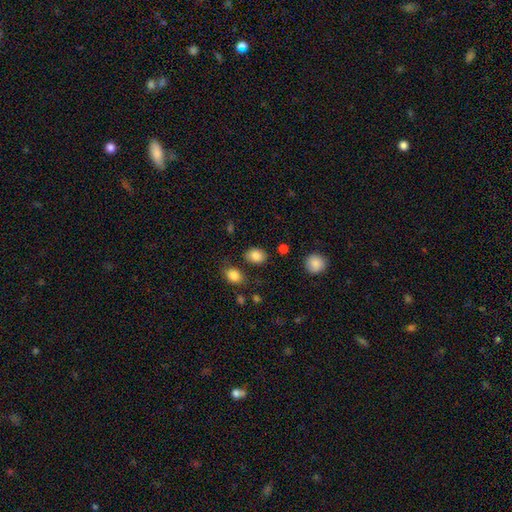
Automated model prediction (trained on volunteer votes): smooth_or_featured: smooth (p=0.85) [alt: star or artifact p=0.09]
how_rounded: in between (p=0.65) [alt: round p=0.34]
merging: none (p=0.77) [alt: minor disturbance p=0.14]